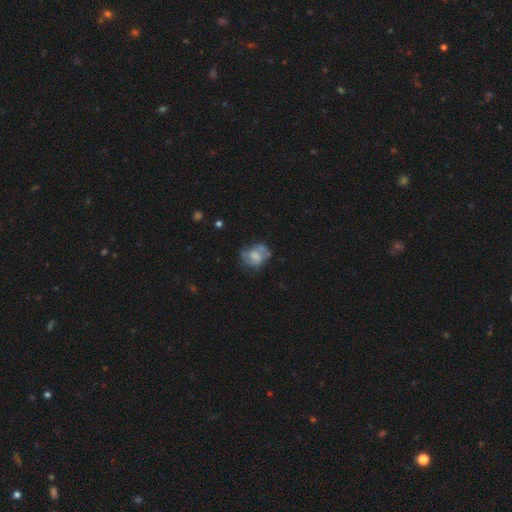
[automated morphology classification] This appears to be a featured or disk galaxy (46%). Merging: none (44%).